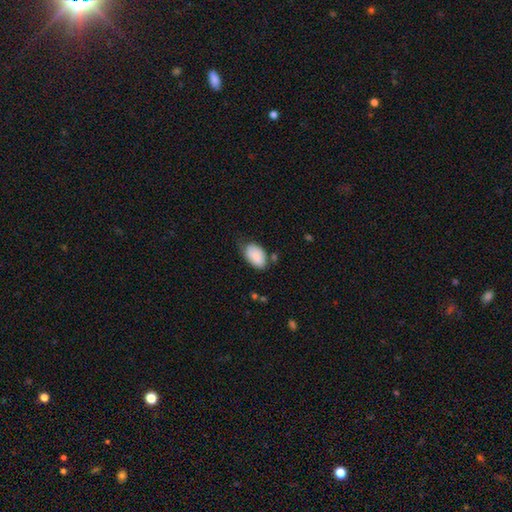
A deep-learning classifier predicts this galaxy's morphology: Smooth or featured: smooth — 83% (featured or disk — 10%)
How rounded: in between — 91% (round — 7%)
Merging: none — 51% (minor disturbance — 35%)